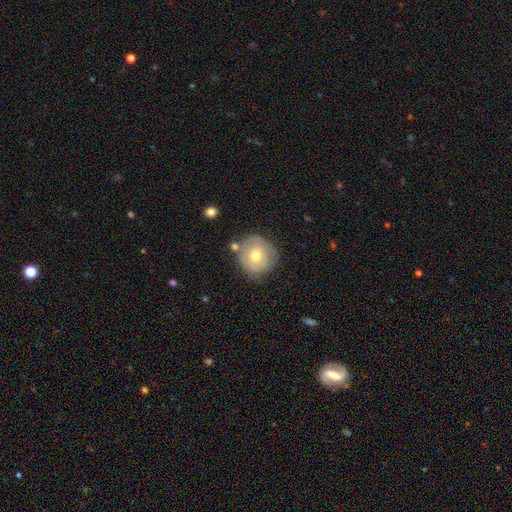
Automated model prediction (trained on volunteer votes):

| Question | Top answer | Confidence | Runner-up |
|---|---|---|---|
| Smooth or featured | smooth | 56% | featured or disk (37%) |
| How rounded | round | 91% | in between (8%) |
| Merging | none | 68% | minor disturbance (19%) |